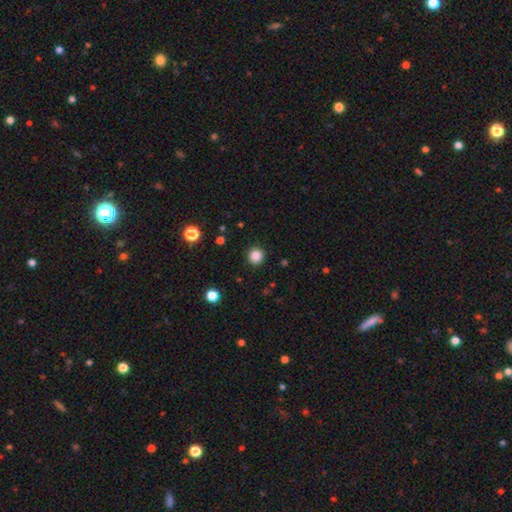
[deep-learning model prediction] smooth_or_featured: smooth (p=0.85) [alt: star or artifact p=0.12]
how_rounded: round (p=0.94) [alt: in between p=0.05]
merging: none (p=0.91) [alt: minor disturbance p=0.06]